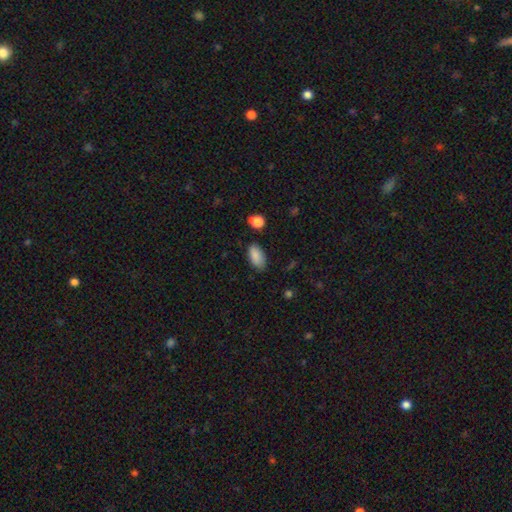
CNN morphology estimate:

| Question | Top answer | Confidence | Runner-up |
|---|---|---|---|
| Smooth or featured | smooth | 87% | star or artifact (8%) |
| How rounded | in between | 93% | cigar-shaped (4%) |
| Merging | none | 77% | minor disturbance (18%) |